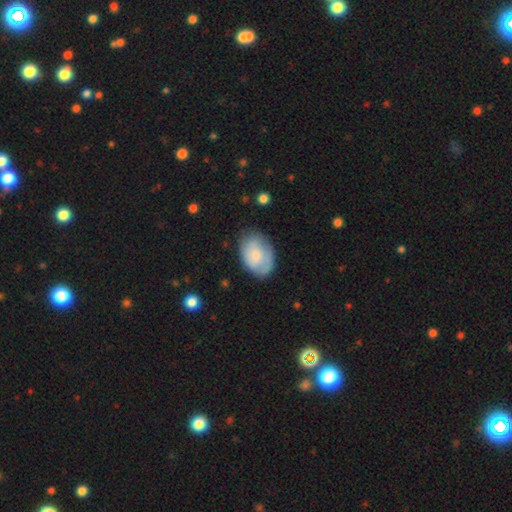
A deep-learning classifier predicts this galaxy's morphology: Smooth or featured? Predicted: smooth (p=0.68). How rounded? Predicted: in between (p=0.85). Merging? Predicted: none (p=0.68).